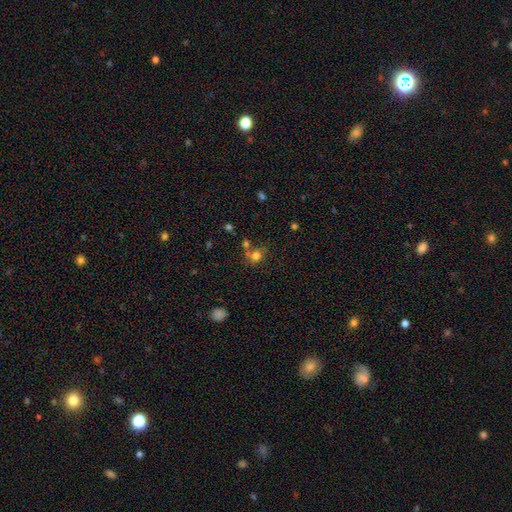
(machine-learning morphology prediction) The model was most divided on "merging": none: 49%, merger: 30%, minor disturbance: 14%, major disturbance: 7%. More confident: smooth or featured — smooth (75%); how rounded — round (65%).